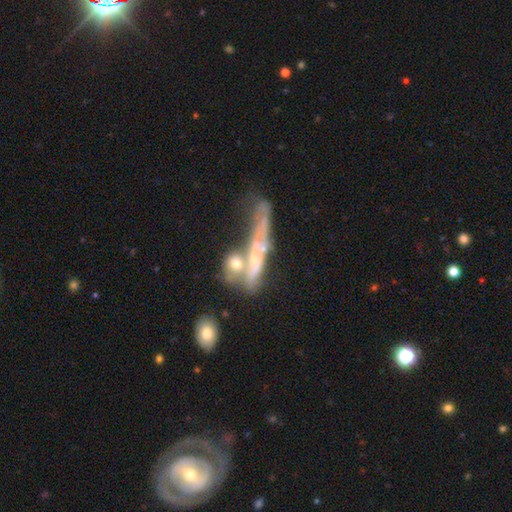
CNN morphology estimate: This appears to be a featured or disk galaxy (56%). Merging: merger (47%).